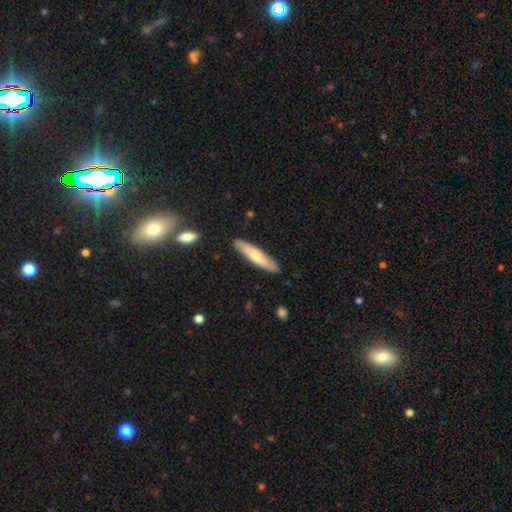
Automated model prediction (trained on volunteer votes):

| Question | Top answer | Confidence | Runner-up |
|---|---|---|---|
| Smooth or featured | smooth | 55% | featured or disk (40%) |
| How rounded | cigar-shaped | 83% | in between (15%) |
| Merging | none | 87% | minor disturbance (9%) |